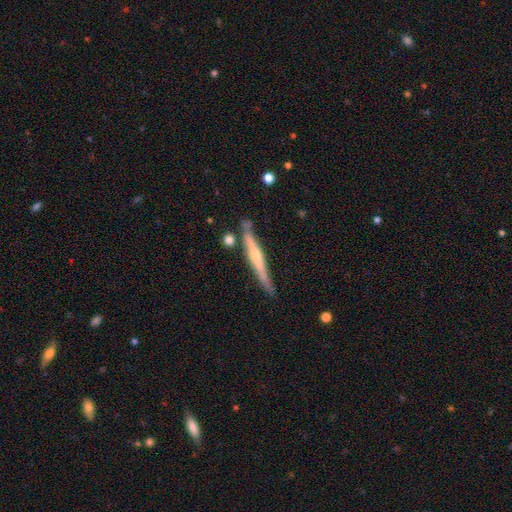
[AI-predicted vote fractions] Morphology: type=featured or disk (60%); edge-on=yes (96%); edge-on bulge=rounded (52%); merging=none (76%).